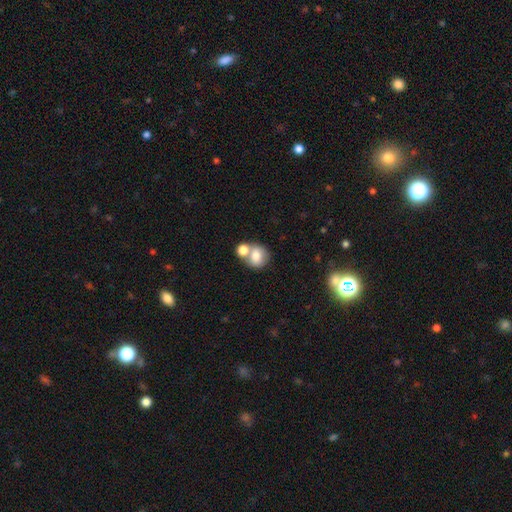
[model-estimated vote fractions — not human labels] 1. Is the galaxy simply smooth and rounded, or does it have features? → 76% smooth, 15% featured or disk, 9% star or artifact.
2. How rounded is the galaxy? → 73% round, 26% in between, 1% cigar-shaped.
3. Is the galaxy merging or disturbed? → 46% merger, 41% none, 9% minor disturbance, 4% major disturbance.